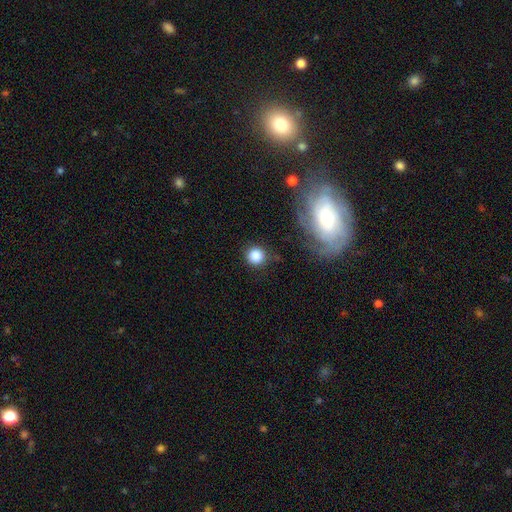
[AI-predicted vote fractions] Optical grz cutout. It shows a smooth galaxy with no disk features (84%) that is round (92%). Merging: none (79%).